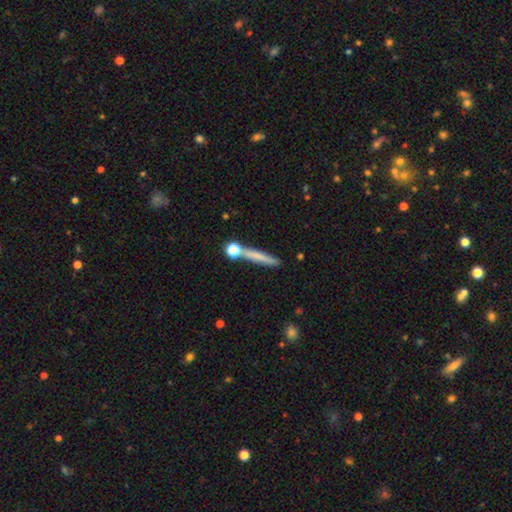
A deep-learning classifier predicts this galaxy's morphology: Smooth or featured?
  - smooth: 65% *
  - featured or disk: 26%
  - star or artifact: 9%
How rounded?
  - cigar-shaped: 89% *
  - in between: 6%
  - round: 5%
Merging?
  - none: 73% *
  - minor disturbance: 12%
  - merger: 11%
  - major disturbance: 4%